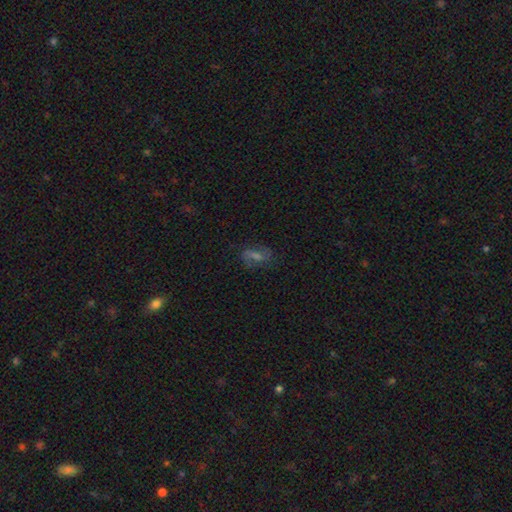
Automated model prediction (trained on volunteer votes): smooth-or-featured: featured or disk: 53% | smooth: 26% | star or artifact: 20%
  disk-edge-on: no: 93% | yes: 7%
  merging: none: 75% | minor disturbance: 15% | major disturbance: 8% | merger: 2%